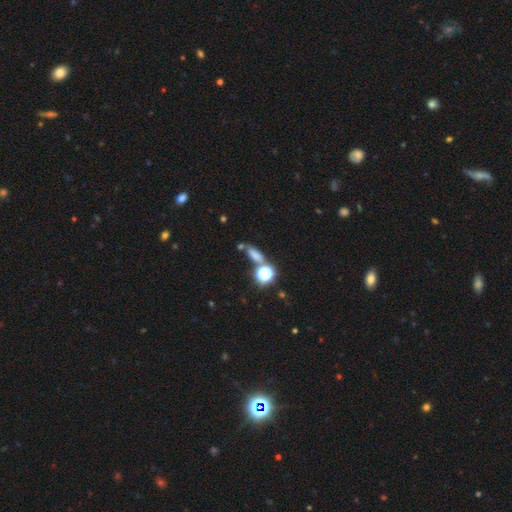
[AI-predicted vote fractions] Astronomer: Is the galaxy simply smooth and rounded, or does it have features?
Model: smooth — 66%.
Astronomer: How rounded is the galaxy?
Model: in between — 50% (runner-up: cigar-shaped, 28%).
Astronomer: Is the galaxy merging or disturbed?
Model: none — 61%.